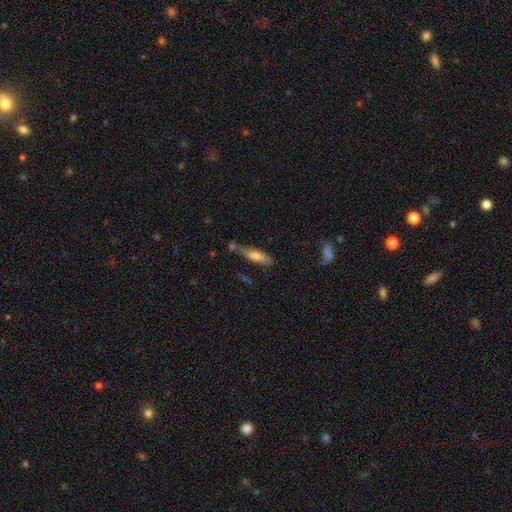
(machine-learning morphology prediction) This appears to be a smooth galaxy with no disk features (65%) that is cigar-shaped (62%). Merging: none (62%).